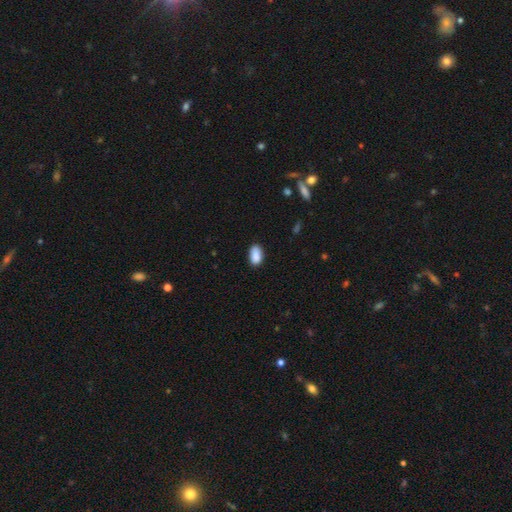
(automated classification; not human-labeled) The model was most divided on "merging": none: 80%, minor disturbance: 16%, major disturbance: 3%, merger: 1%. More confident: how rounded — in between (93%); smooth or featured — smooth (89%).